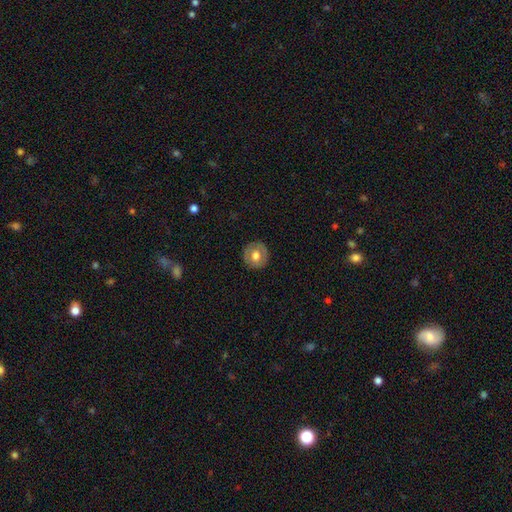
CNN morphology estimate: This appears to be a smooth galaxy with no disk features (56%) that is round (90%). Merging: none (87%).